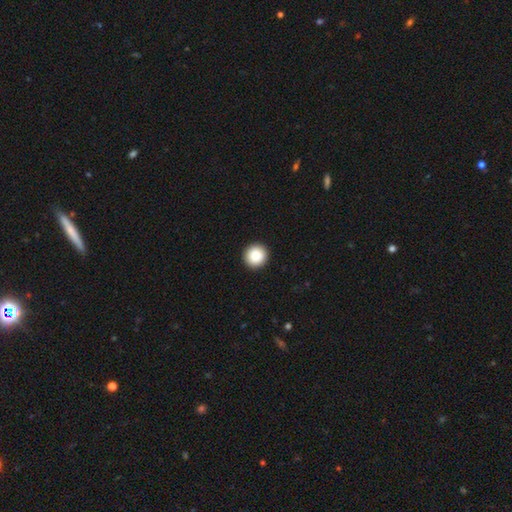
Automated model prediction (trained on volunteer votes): A smooth galaxy with no disk features (89%) that is round (96%).

Vote fractions:
- Smooth or featured? smooth: 89% / star or artifact: 8% / featured or disk: 3%
- How rounded? round: 96% / in between: 4% / cigar-shaped: 1%
- Merging? none: 93% / minor disturbance: 4% / major disturbance: 1% / merger: 1%